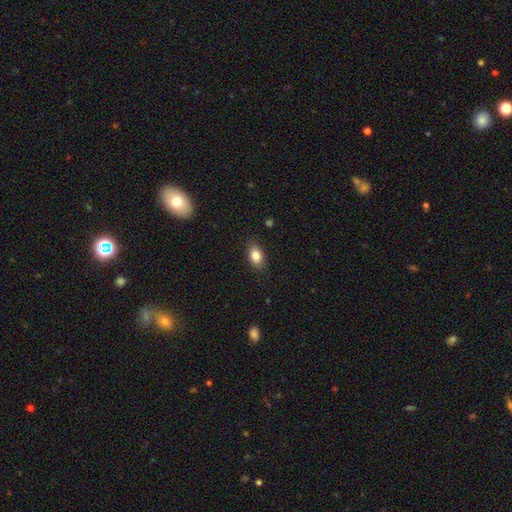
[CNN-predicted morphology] A smooth galaxy with no disk features (83%) that is in between round and cigar-shaped (84%). Merging: none (85%).